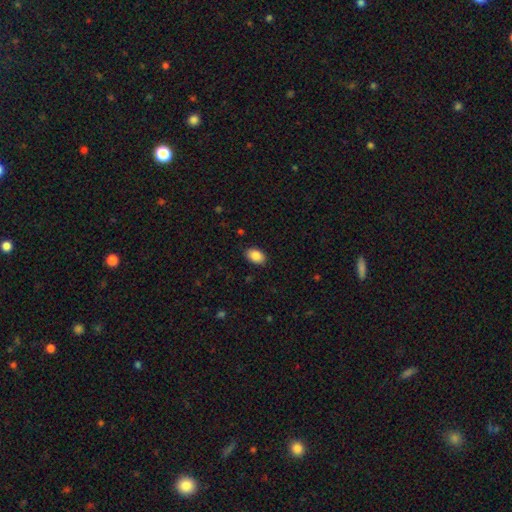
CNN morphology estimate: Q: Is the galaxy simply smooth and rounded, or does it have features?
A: smooth — 88%.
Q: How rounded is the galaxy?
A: in between — 89%.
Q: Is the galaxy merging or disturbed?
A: none — 87%.